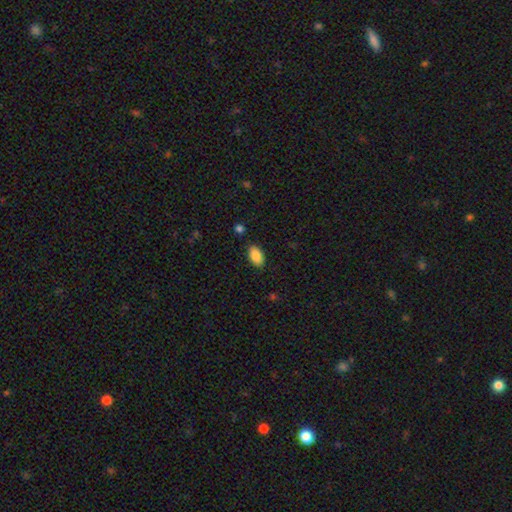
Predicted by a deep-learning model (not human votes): smooth 88%, star or artifact 7%, featured or disk 5%. Down the decision tree: how rounded — in between (94%); merging — none (86%).